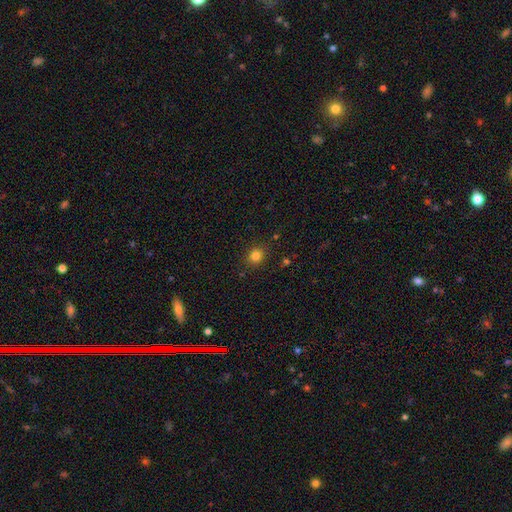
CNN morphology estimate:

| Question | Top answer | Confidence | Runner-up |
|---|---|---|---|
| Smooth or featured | smooth | 81% | star or artifact (14%) |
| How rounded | round | 72% | in between (27%) |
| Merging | none | 86% | minor disturbance (10%) |